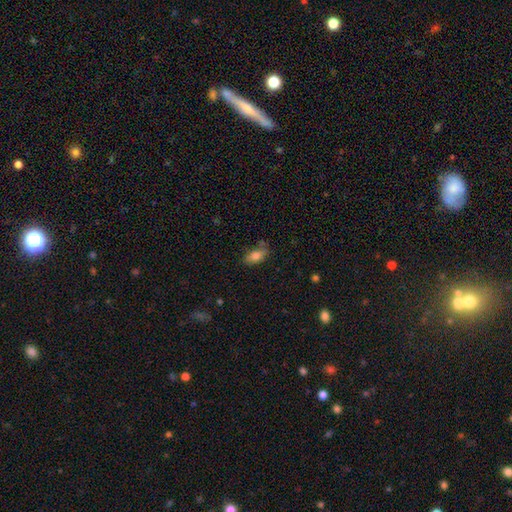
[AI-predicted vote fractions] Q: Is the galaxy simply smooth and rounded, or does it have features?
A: smooth — 77%.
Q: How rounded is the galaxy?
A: in between — 87%.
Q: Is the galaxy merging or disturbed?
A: none — 67%.